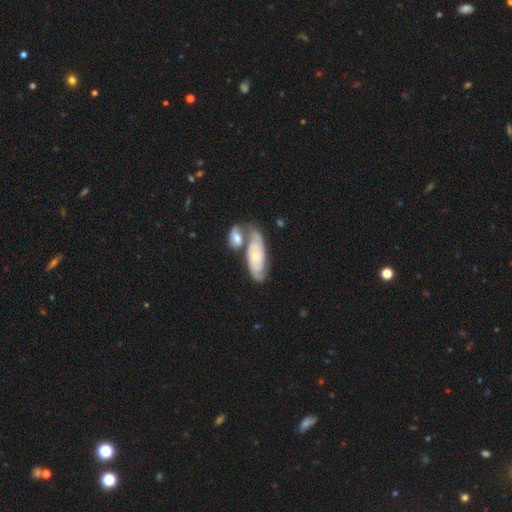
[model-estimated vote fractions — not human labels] Smooth or featured? featured or disk (71%)
Edge-on disk? no (91%)
Bar? no (76%)
Spiral arms? yes (90%)
Spiral winding? tight (59%)
Spiral arm count? 2 (66%)
Bulge size? small (52%)
Merging? none (42%)